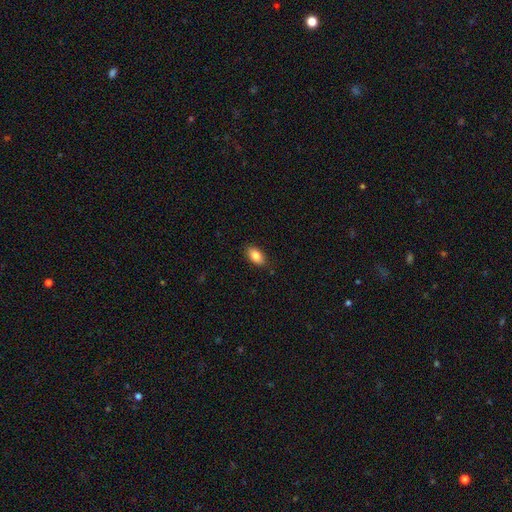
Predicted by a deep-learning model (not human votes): A smooth galaxy with no disk features (85%) that is in between round and cigar-shaped (92%). Merging: none (86%).